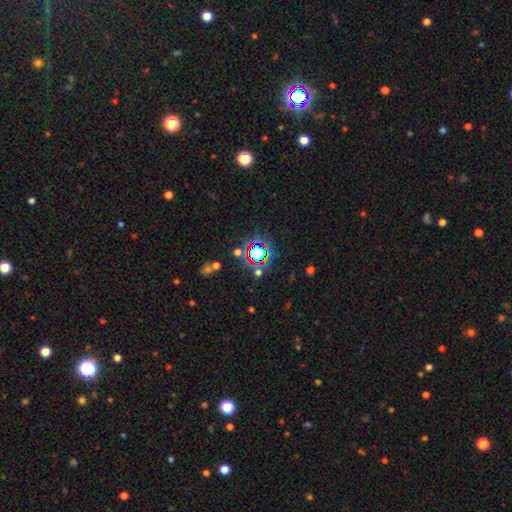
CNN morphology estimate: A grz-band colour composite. It shows a star or artifact, not a galaxy (66%).